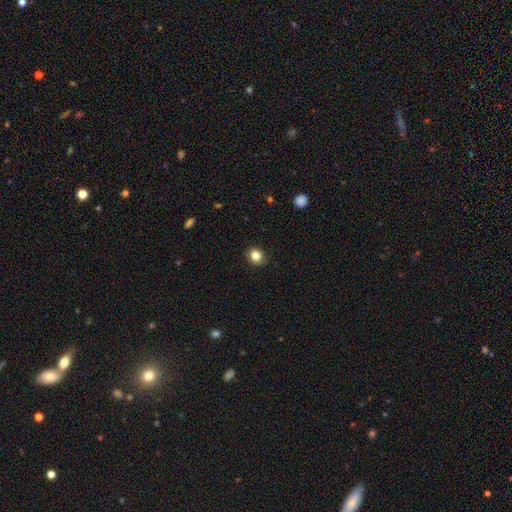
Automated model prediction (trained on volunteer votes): This appears to be a smooth galaxy with no disk features (84%) that is round (69%). Merging: none (87%).